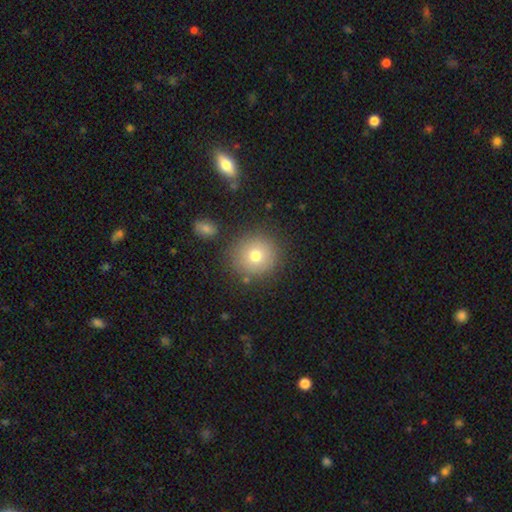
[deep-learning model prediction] smooth 74%, featured or disk 13%, star or artifact 13%. Down the decision tree: how rounded — round (92%); merging — none (83%).